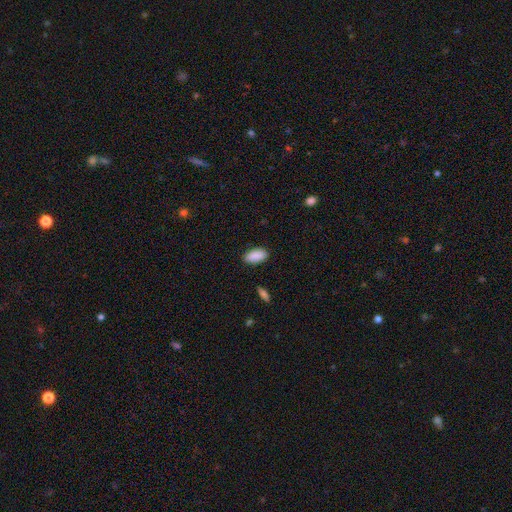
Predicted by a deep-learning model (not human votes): Smooth or featured?
  - smooth: 90% *
  - star or artifact: 7%
  - featured or disk: 3%
How rounded?
  - in between: 92% *
  - cigar-shaped: 5%
  - round: 2%
Merging?
  - none: 87% *
  - minor disturbance: 9%
  - major disturbance: 2%
  - merger: 1%